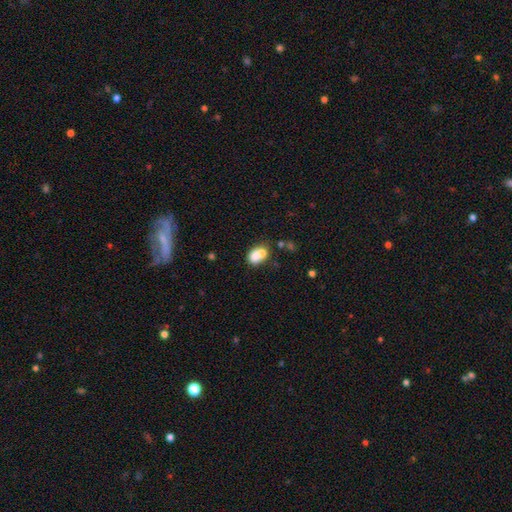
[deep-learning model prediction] Smooth or featured?
  - smooth: 75% *
  - featured or disk: 15%
  - star or artifact: 10%
How rounded?
  - in between: 69% *
  - round: 30%
  - cigar-shaped: 1%
Merging?
  - merger: 52% *
  - none: 30%
  - minor disturbance: 12%
  - major disturbance: 6%